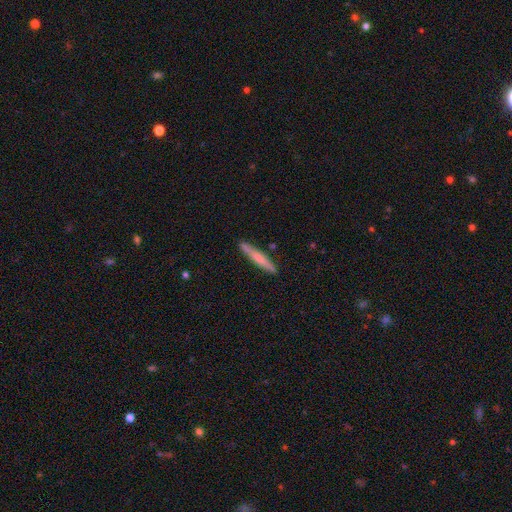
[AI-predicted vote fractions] Smooth or featured? Predicted: smooth (p=0.59). How rounded? Predicted: cigar-shaped (p=0.95). Merging? Predicted: none (p=0.88).